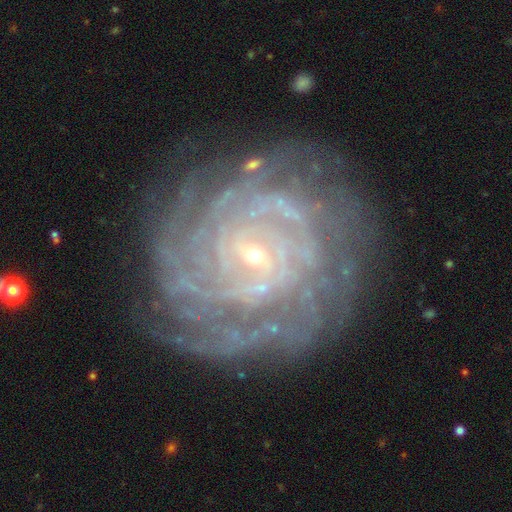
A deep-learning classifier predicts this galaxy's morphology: type=featured or disk (89%); edge-on=no (98%); bar=no (50%); spiral arms=yes (97%); winding=tight (84%); arm count=can't tell (27%); bulge=small (86%); merging=none (79%).